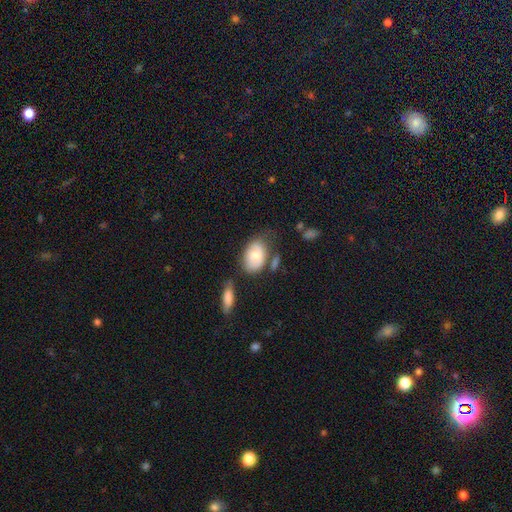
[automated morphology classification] Q: Smooth or featured?
A: smooth (69%); runner-up: featured or disk (24%)
Q: How rounded?
A: in between (85%); runner-up: round (13%)
Q: Merging?
A: none (53%); runner-up: minor disturbance (24%)